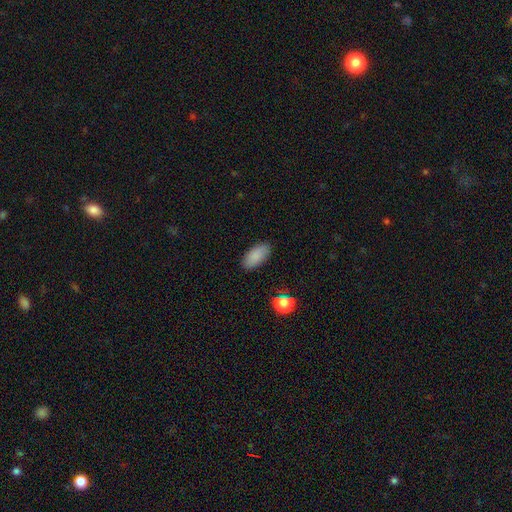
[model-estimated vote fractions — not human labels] The model was most divided on "merging": none: 88%, minor disturbance: 9%, major disturbance: 2%, merger: 1%. More confident: how rounded — in between (92%); smooth or featured — smooth (87%).